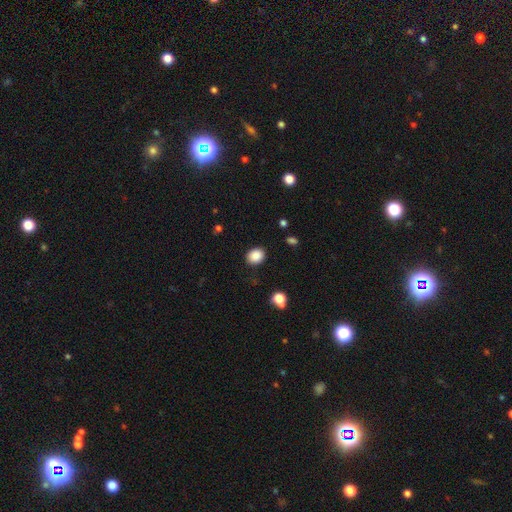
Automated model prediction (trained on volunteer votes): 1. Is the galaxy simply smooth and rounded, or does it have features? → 87% smooth, 9% star or artifact, 3% featured or disk.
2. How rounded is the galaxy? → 52% round, 47% in between, 1% cigar-shaped.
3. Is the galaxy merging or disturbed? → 88% none, 8% minor disturbance, 2% major disturbance, 1% merger.